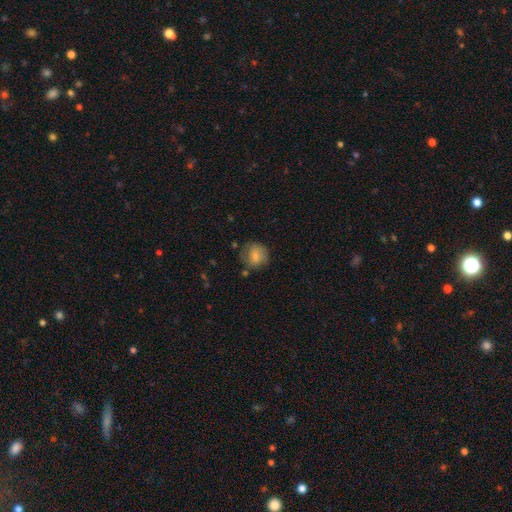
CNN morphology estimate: smooth 72%, featured or disk 19%, star or artifact 8%. Down the decision tree: how rounded — round (76%); merging — none (62%).